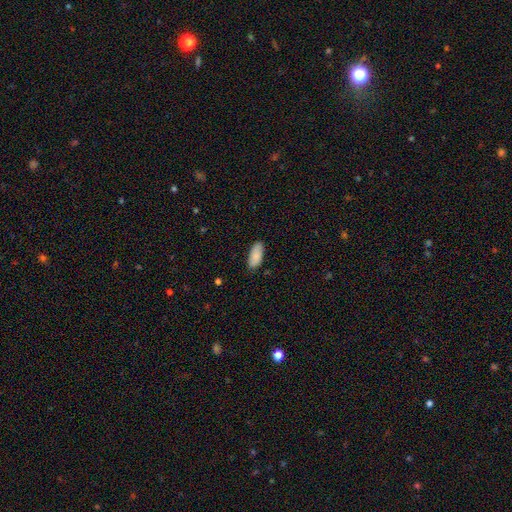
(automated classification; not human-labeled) A smooth galaxy with no disk features (88%) that is in between round and cigar-shaped (88%). Merging: none (85%).